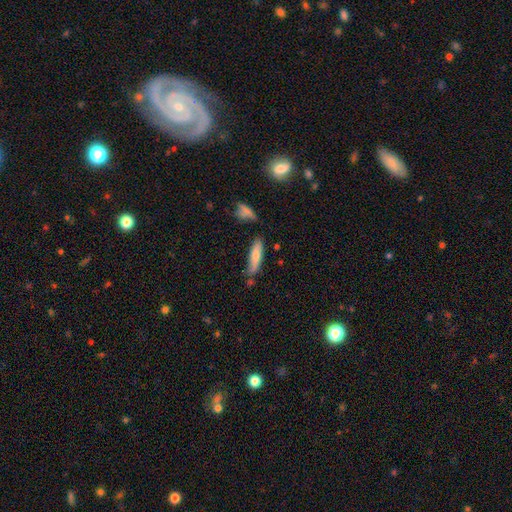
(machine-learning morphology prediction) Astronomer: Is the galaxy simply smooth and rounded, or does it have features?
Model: smooth — 71%.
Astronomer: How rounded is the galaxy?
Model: cigar-shaped — 66%.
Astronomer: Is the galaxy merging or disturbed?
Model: none — 65%.